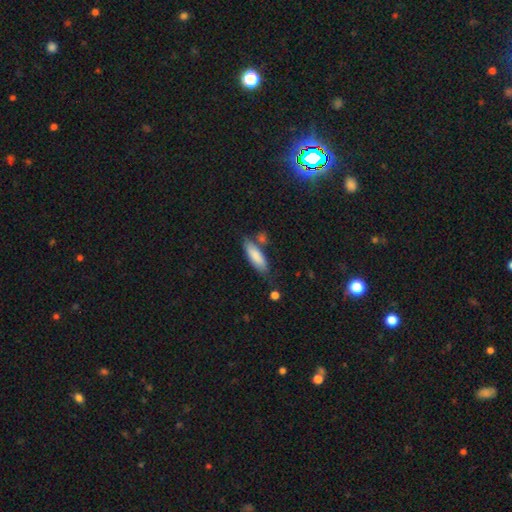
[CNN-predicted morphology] smooth 84%, featured or disk 10%, star or artifact 6%. Down the decision tree: how rounded — in between (53%); merging — none (68%).